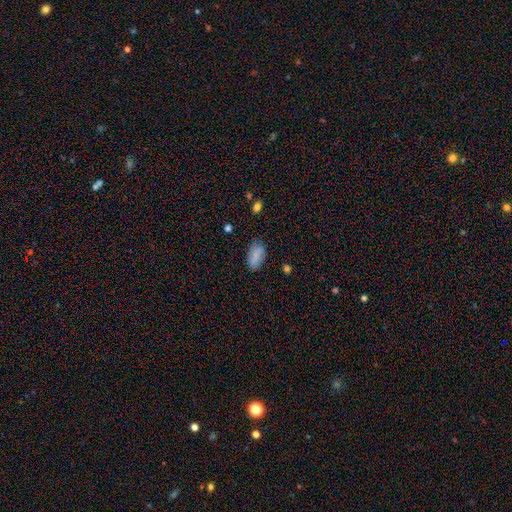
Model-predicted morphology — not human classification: Overall: smooth (80%). How rounded: in between (93%). Merging: none (69%).